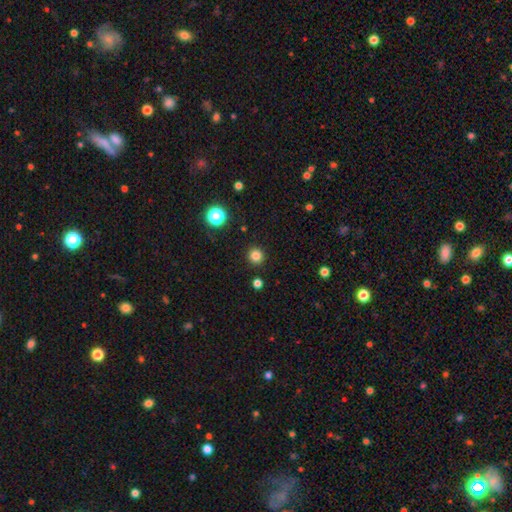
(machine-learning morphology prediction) A smooth galaxy with no disk features (83%) that is round (96%). Merging: none (92%).